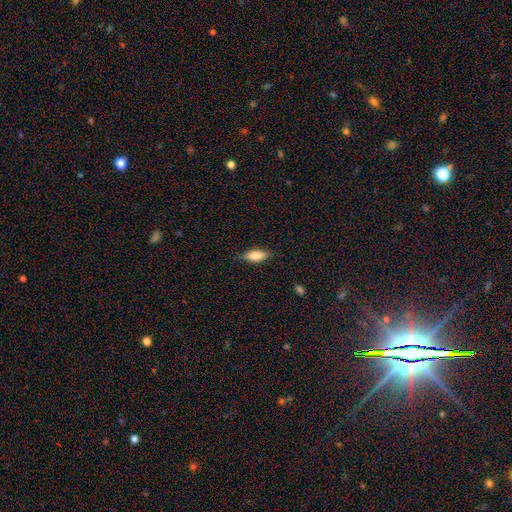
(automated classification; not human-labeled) Overall: smooth (80%). How rounded: in between (69%). Merging: none (84%).